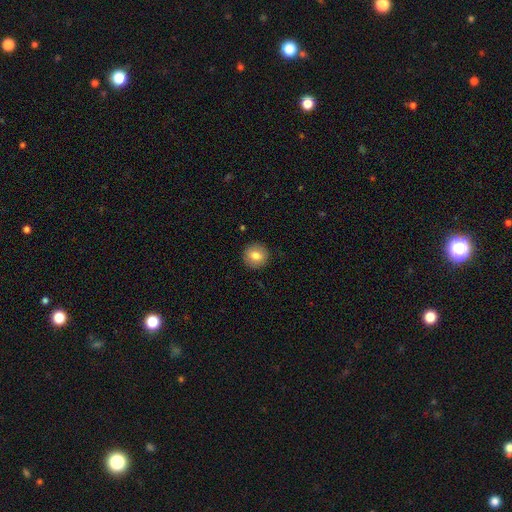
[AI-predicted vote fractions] A smooth galaxy with no disk features (79%) that is round (94%).

Vote fractions:
- Smooth or featured? smooth: 79% / featured or disk: 12% / star or artifact: 8%
- How rounded? round: 94% / in between: 5% / cigar-shaped: 1%
- Merging? none: 92% / minor disturbance: 6% / major disturbance: 2% / merger: 1%